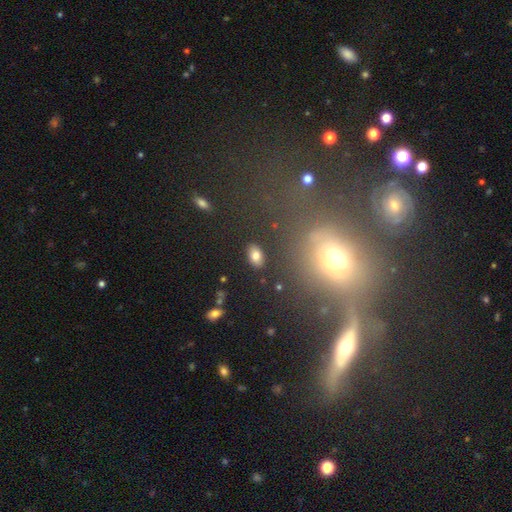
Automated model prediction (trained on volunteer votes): smooth-or-featured: smooth: 79% | star or artifact: 12% | featured or disk: 9%
  how-rounded: in between: 90% | round: 8% | cigar-shaped: 2%
  merging: none: 87% | minor disturbance: 9% | major disturbance: 3% | merger: 2%